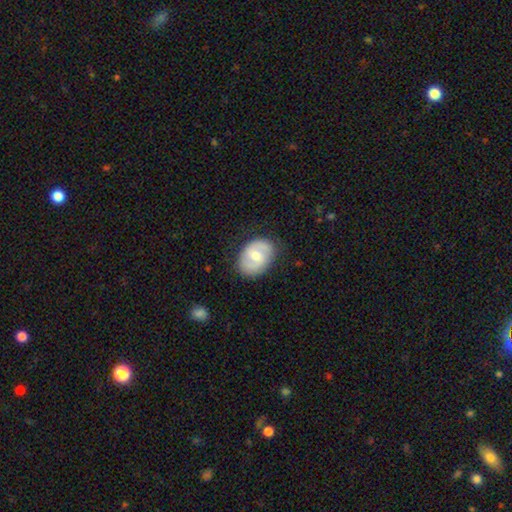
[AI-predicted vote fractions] Morphology: type=featured or disk (58%); edge-on=no (97%); bar=weak (50%); spiral arms=yes (78%); bulge=moderate (69%); merging=none (80%).